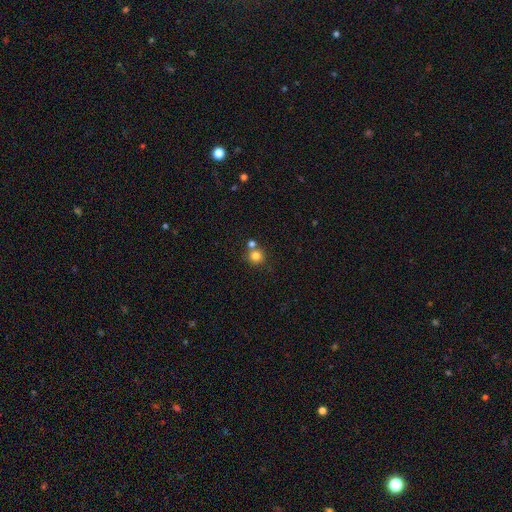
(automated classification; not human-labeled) smooth 81%, star or artifact 12%, featured or disk 7%. Down the decision tree: how rounded — round (91%); merging — none (65%).